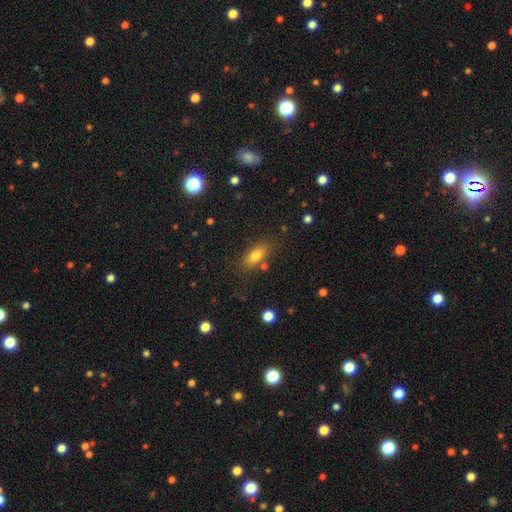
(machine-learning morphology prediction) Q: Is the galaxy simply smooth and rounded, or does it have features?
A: smooth — 76%.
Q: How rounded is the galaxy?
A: in between — 80%.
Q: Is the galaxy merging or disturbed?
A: none — 78%.